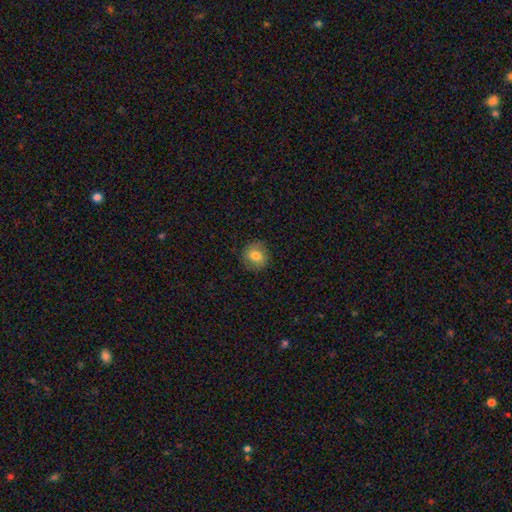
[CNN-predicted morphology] smooth_or_featured: smooth (p=0.79) [alt: featured or disk p=0.12]
how_rounded: round (p=0.87) [alt: in between p=0.12]
merging: none (p=0.86) [alt: minor disturbance p=0.10]